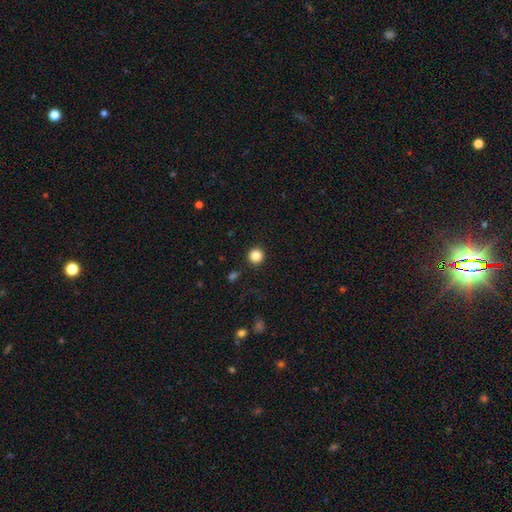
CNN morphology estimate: Smooth or featured: smooth — 85% (star or artifact — 11%)
How rounded: round — 95% (in between — 4%)
Merging: none — 92% (minor disturbance — 5%)